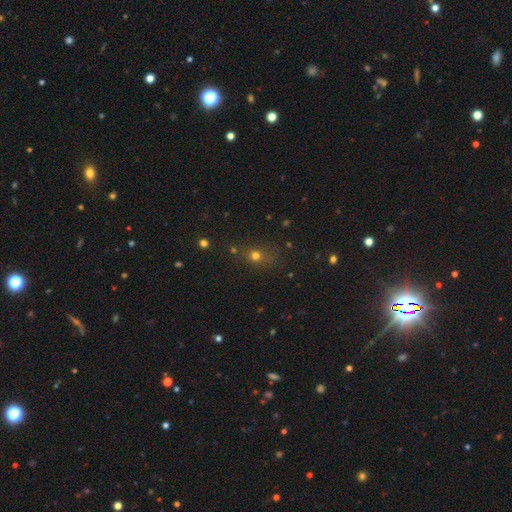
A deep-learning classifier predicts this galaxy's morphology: smooth_or_featured: smooth (p=0.64) [alt: star or artifact p=0.26]
how_rounded: round (p=0.73) [alt: in between p=0.24]
merging: none (p=0.68) [alt: minor disturbance p=0.16]